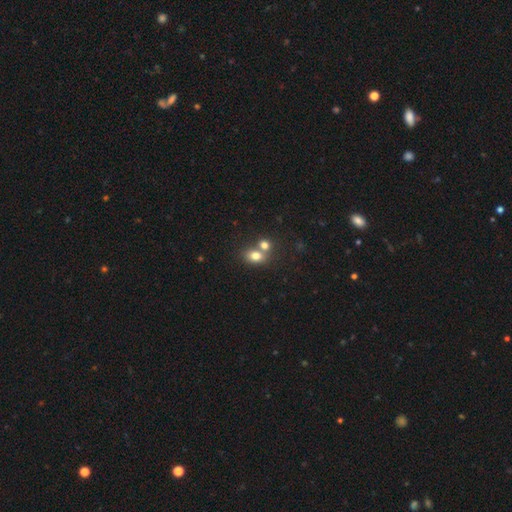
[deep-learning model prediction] Smooth or featured?
  - smooth: 78% *
  - star or artifact: 12%
  - featured or disk: 10%
How rounded?
  - in between: 59% *
  - round: 40%
  - cigar-shaped: 1%
Merging?
  - merger: 48% *
  - none: 41%
  - minor disturbance: 8%
  - major disturbance: 3%